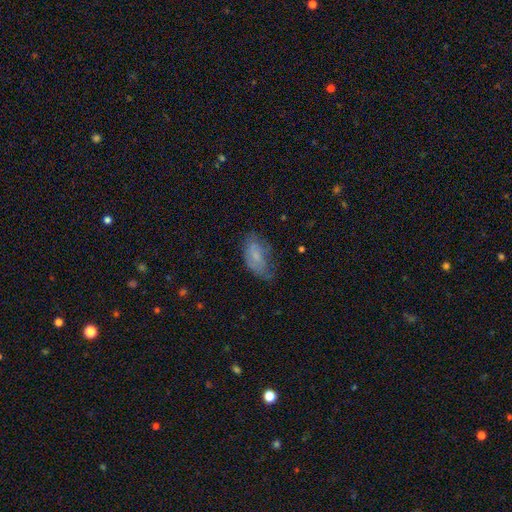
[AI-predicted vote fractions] The model was most divided on "merging": none: 46%, minor disturbance: 35%, major disturbance: 17%, merger: 2%. More confident: how rounded — in between (91%); smooth or featured — smooth (65%).